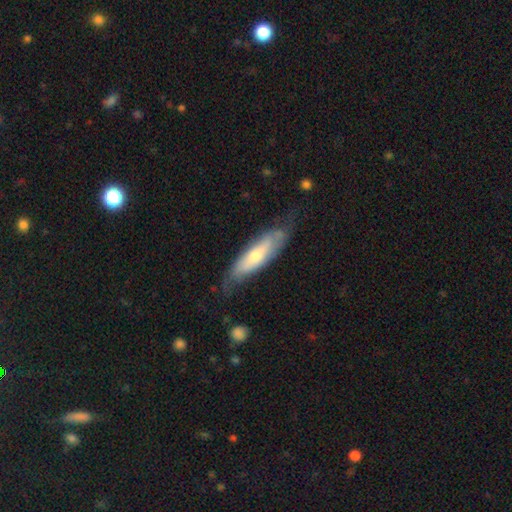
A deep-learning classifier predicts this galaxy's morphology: Smooth or featured? Predicted: featured or disk (p=0.49). Merging? Predicted: none (p=0.60).